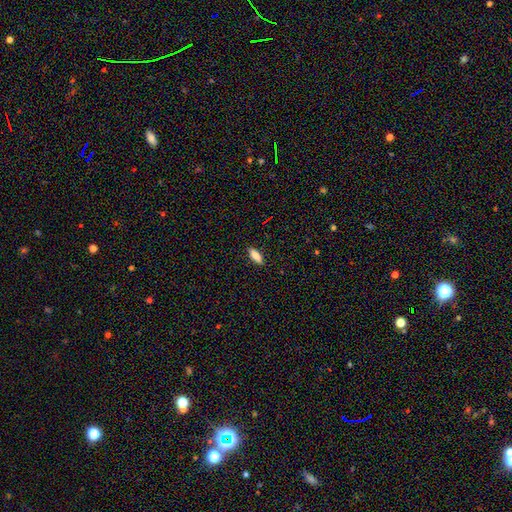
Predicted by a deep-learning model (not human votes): This appears to be a smooth galaxy with no disk features (85%) that is in between round and cigar-shaped (65%). Merging: none (89%).